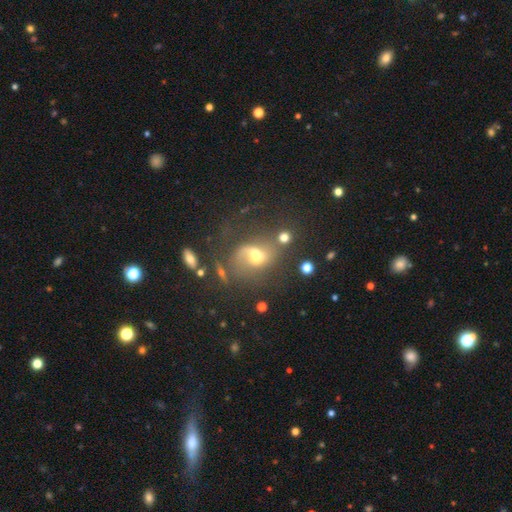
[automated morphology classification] A featured or disk galaxy (43%). Merging: none (34%).